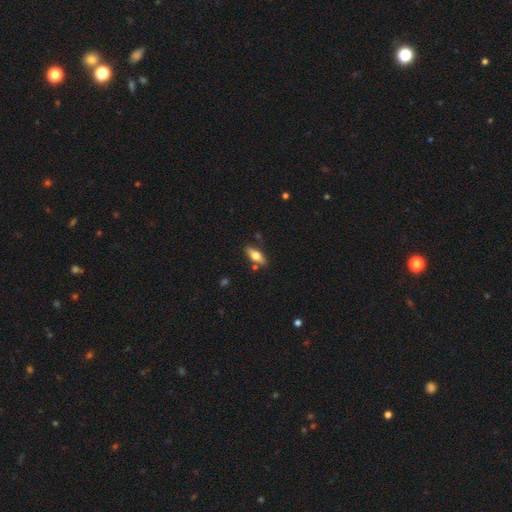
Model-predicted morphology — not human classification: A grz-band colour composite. It shows a smooth galaxy with no disk features (59%) that is in between round and cigar-shaped (70%). Merging: none (78%).